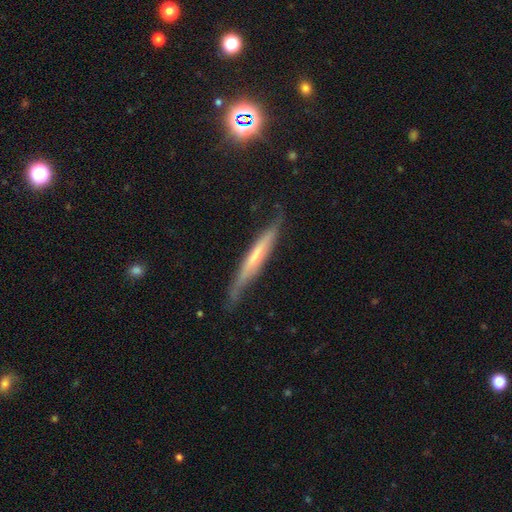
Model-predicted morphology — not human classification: featured or disk 56%, smooth 38%, star or artifact 6%. Down the decision tree: edge-on disk — yes (88%); merging — none (68%).